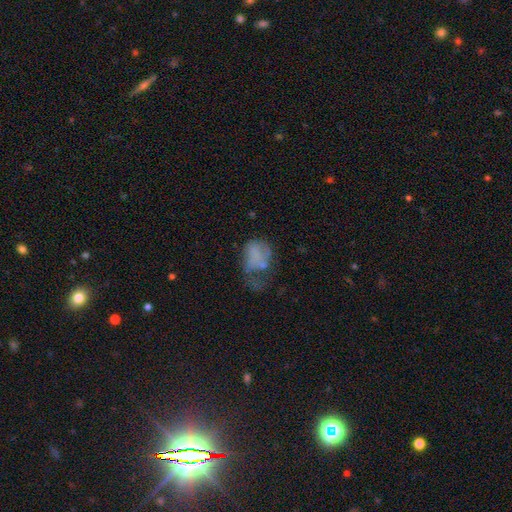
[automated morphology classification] This is possibly a smooth galaxy (50%). How rounded: likely in between (65%). Merging: possibly major disturbance (48%).